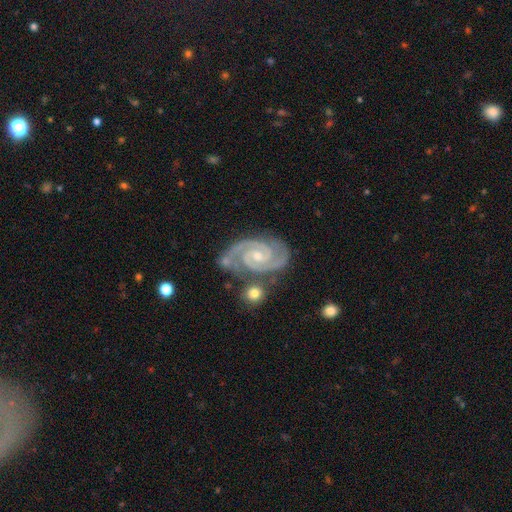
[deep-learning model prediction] Smooth or featured? Predicted: featured or disk (p=0.93). Edge-on disk? Predicted: no (p=0.98). Bar? Predicted: no (p=0.54). Spiral arms? Predicted: yes (p=0.99). Spiral winding? Predicted: tight (p=0.68). Spiral arm count? Predicted: 2 (p=0.90). Bulge size? Predicted: small (p=0.63). Merging? Predicted: none (p=0.74).